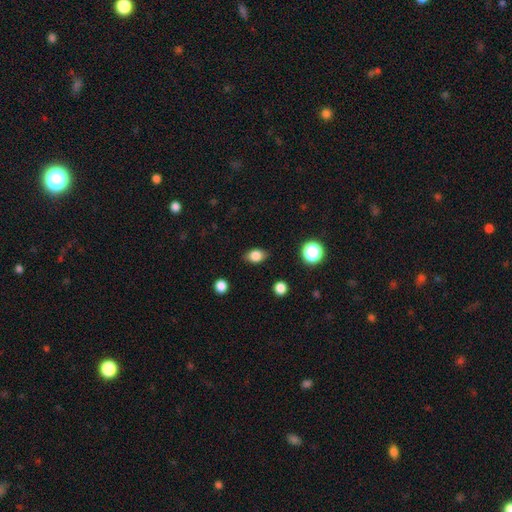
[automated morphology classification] A smooth galaxy with no disk features (82%) that is in between round and cigar-shaped (74%).

Vote fractions:
- Smooth or featured? smooth: 82% / star or artifact: 10% / featured or disk: 8%
- How rounded? in between: 74% / round: 24% / cigar-shaped: 2%
- Merging? none: 83% / minor disturbance: 13% / major disturbance: 3% / merger: 1%